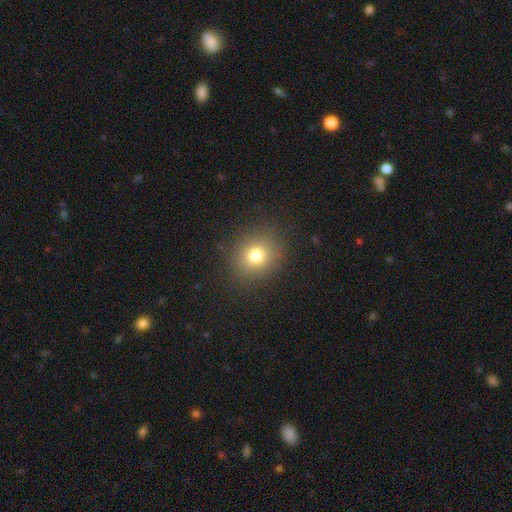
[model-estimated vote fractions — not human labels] Morphology: type=smooth (77%); roundness=round (76%); merging=none (87%).